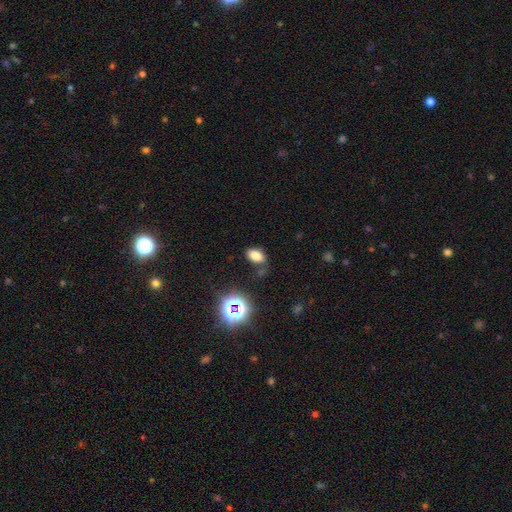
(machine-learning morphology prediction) A smooth galaxy with no disk features (75%) that is in between round and cigar-shaped (88%). Merging: none (74%).